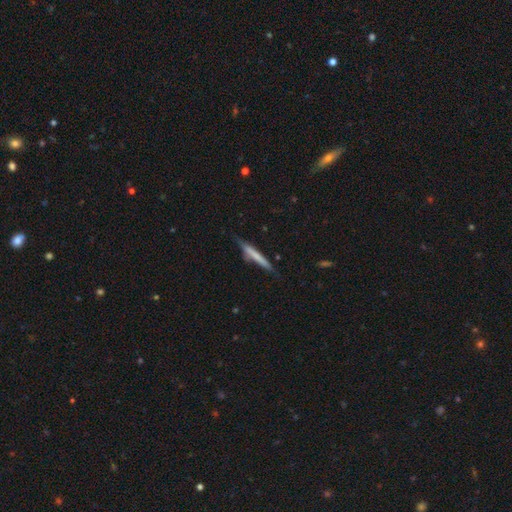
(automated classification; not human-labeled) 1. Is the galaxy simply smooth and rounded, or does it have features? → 61% smooth, 33% featured or disk, 6% star or artifact.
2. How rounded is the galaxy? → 95% cigar-shaped, 4% in between, 1% round.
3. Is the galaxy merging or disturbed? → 72% none, 20% minor disturbance, 4% major disturbance, 4% merger.